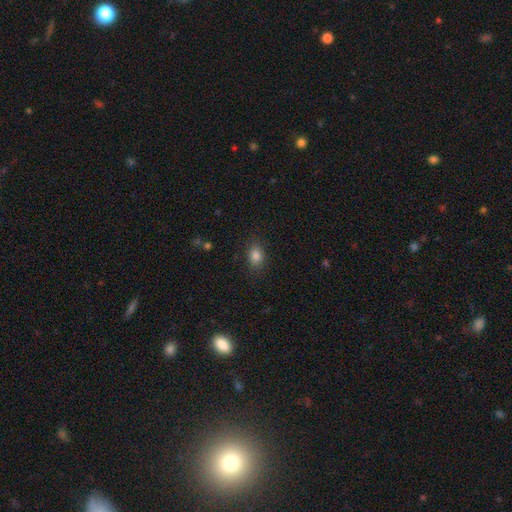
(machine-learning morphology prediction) Q: Smooth or featured?
A: smooth (84%); runner-up: star or artifact (11%)
Q: How rounded?
A: in between (71%); runner-up: round (28%)
Q: Merging?
A: none (84%); runner-up: minor disturbance (12%)